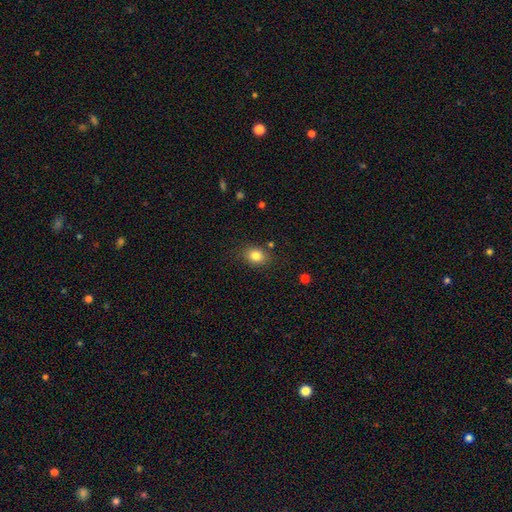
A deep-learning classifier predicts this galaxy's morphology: Smooth or featured? smooth (83%)
How rounded? in between (56%)
Merging? none (82%)